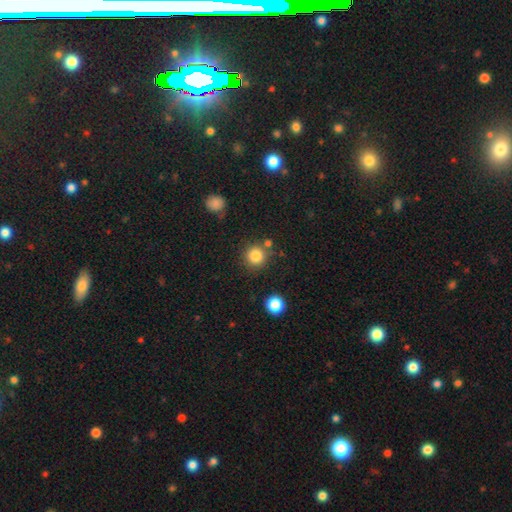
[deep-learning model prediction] smooth-or-featured: smooth: 84% | star or artifact: 11% | featured or disk: 5%
  how-rounded: round: 93% | in between: 6% | cigar-shaped: 1%
  merging: none: 80% | minor disturbance: 9% | merger: 8% | major disturbance: 3%